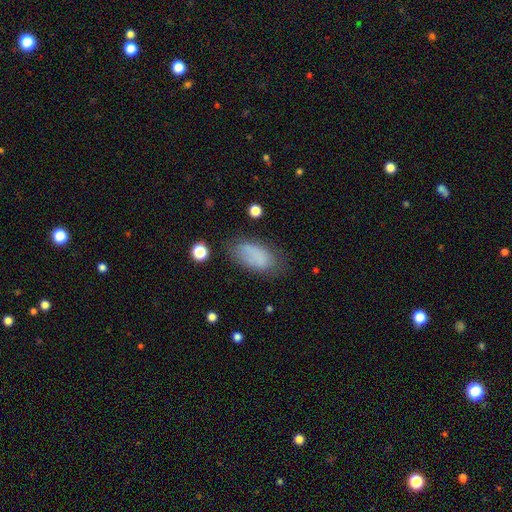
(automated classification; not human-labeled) Smooth or featured? smooth (79%)
How rounded? in between (92%)
Merging? none (63%)